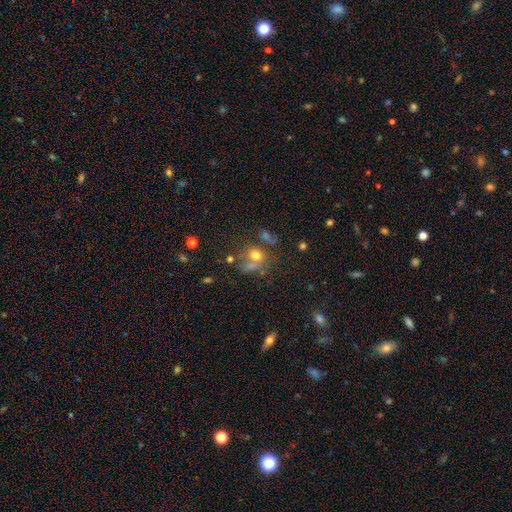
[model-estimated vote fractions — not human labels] Smooth or featured: smooth — 63% (featured or disk — 19%)
How rounded: round — 64% (in between — 35%)
Merging: none — 38% (merger — 28%)